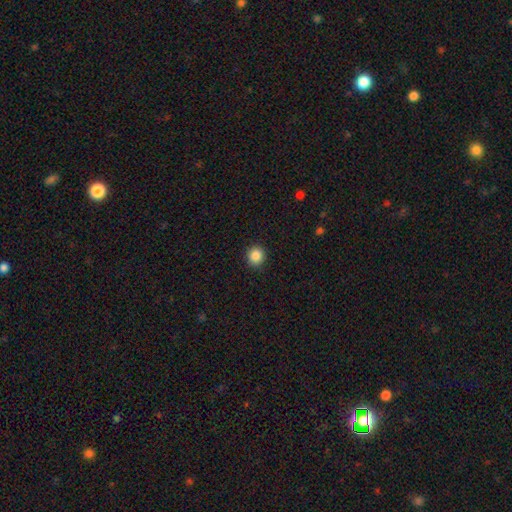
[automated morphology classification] This appears to be a smooth galaxy with no disk features (87%) that is round (91%). Merging: none (92%).